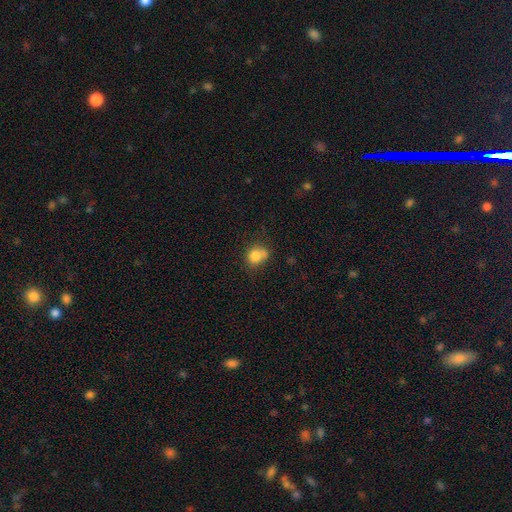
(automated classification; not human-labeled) Smooth or featured?
  - smooth: 80% *
  - star or artifact: 11%
  - featured or disk: 9%
How rounded?
  - round: 72% *
  - in between: 27%
  - cigar-shaped: 1%
Merging?
  - none: 48% *
  - merger: 23%
  - minor disturbance: 22%
  - major disturbance: 8%